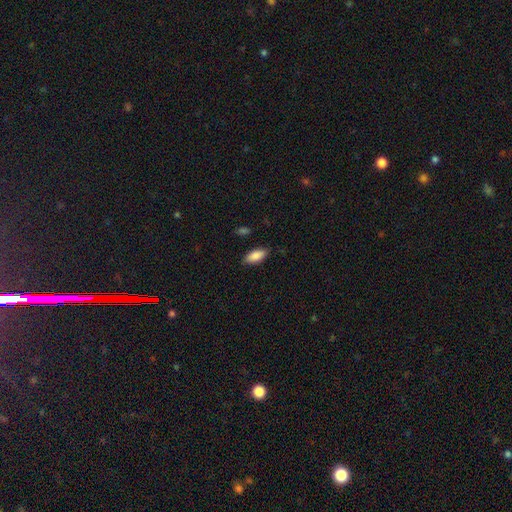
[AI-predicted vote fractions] Smooth or featured?
  - smooth: 86% *
  - featured or disk: 7%
  - star or artifact: 6%
How rounded?
  - in between: 86% *
  - cigar-shaped: 12%
  - round: 2%
Merging?
  - none: 84% *
  - minor disturbance: 12%
  - major disturbance: 2%
  - merger: 1%